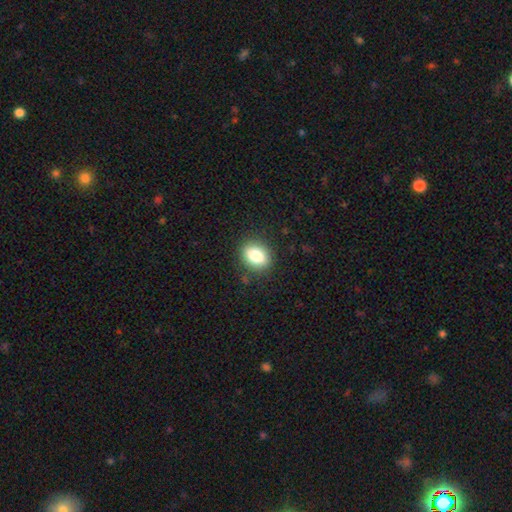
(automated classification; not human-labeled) Smooth or featured: smooth — 83% (star or artifact — 9%)
How rounded: in between — 61% (round — 37%)
Merging: none — 87% (minor disturbance — 9%)